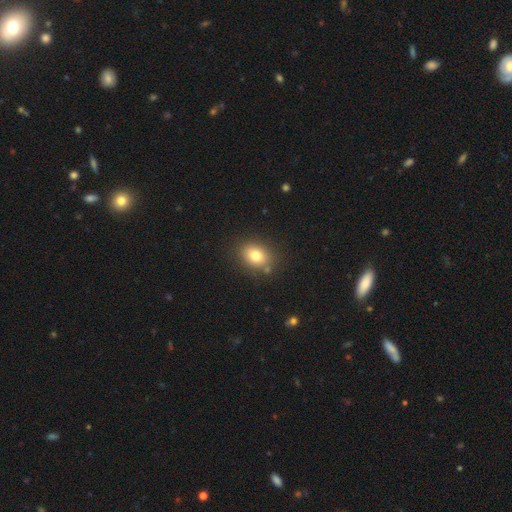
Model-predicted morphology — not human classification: Smooth or featured?
  - smooth: 80% *
  - star or artifact: 11%
  - featured or disk: 9%
How rounded?
  - in between: 61% *
  - round: 38%
  - cigar-shaped: 1%
Merging?
  - none: 81% *
  - minor disturbance: 11%
  - merger: 4%
  - major disturbance: 3%